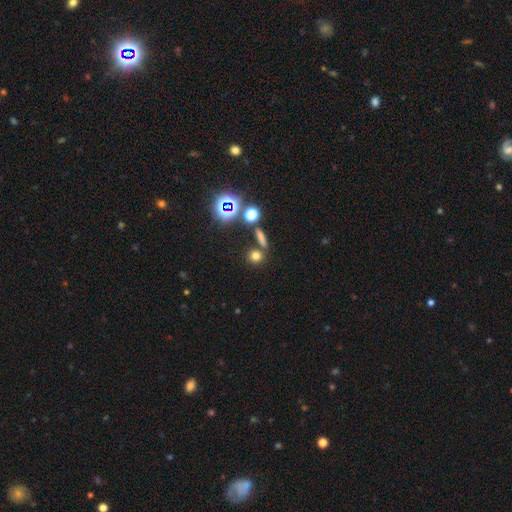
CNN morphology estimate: smooth 67%, star or artifact 25%, featured or disk 8%. Down the decision tree: how rounded — round (78%); merging — none (74%).